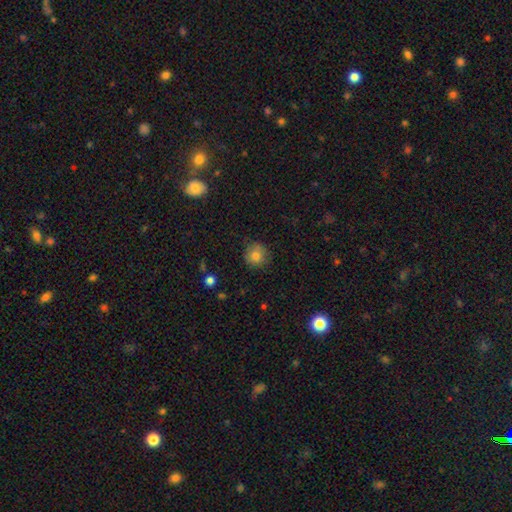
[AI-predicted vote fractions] Smooth or featured?
  - smooth: 80% *
  - star or artifact: 11%
  - featured or disk: 9%
How rounded?
  - round: 91% *
  - in between: 8%
  - cigar-shaped: 1%
Merging?
  - none: 80% *
  - minor disturbance: 15%
  - major disturbance: 3%
  - merger: 2%